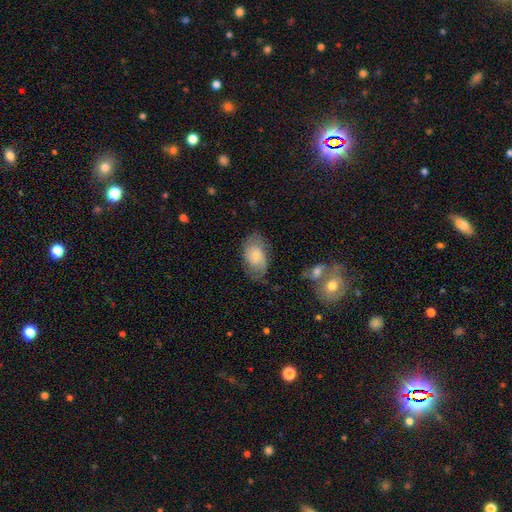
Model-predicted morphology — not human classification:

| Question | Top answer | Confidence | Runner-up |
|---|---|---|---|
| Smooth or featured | smooth | 60% | featured or disk (32%) |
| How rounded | in between | 92% | round (6%) |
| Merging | none | 65% | minor disturbance (24%) |